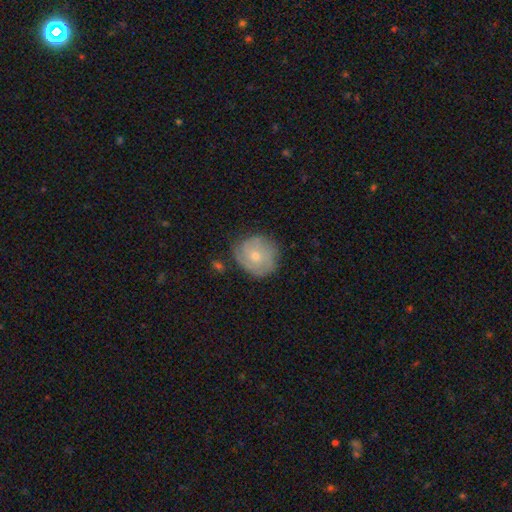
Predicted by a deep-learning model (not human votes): Smooth or featured? smooth (50%)
Merging? none (71%)